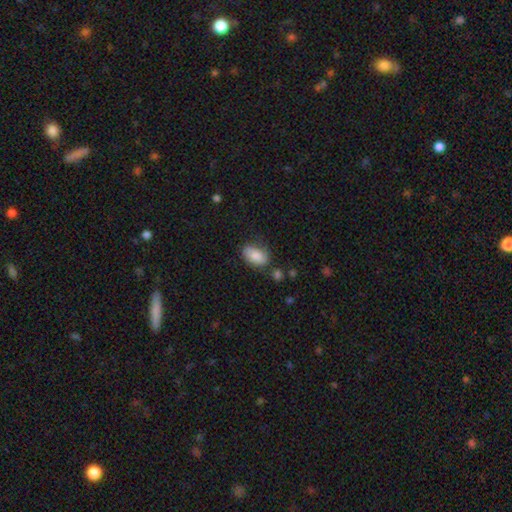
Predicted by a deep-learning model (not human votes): smooth-or-featured: smooth: 79% | featured or disk: 14% | star or artifact: 7%
  how-rounded: in between: 90% | round: 8% | cigar-shaped: 2%
  merging: none: 59% | minor disturbance: 27% | major disturbance: 8% | merger: 5%